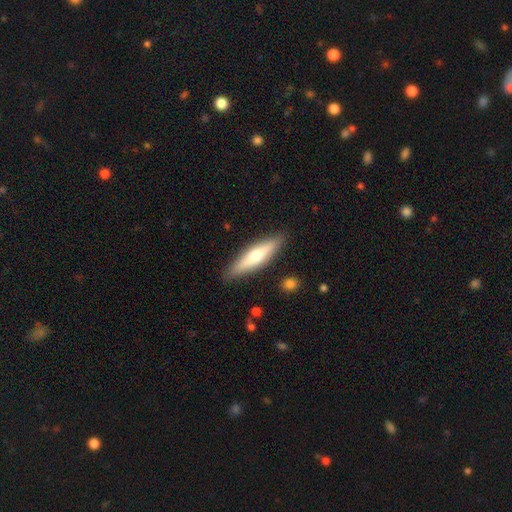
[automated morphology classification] The model was most divided on "smooth or featured": smooth: 52%, featured or disk: 43%, star or artifact: 5%. More confident: merging — none (88%); how rounded — cigar-shaped (77%).